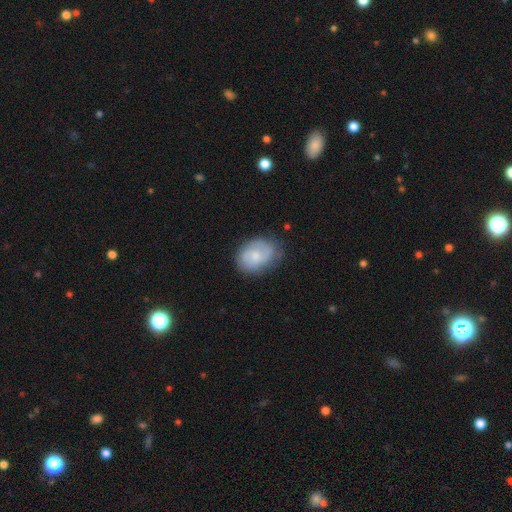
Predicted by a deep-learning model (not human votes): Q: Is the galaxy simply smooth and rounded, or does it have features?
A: smooth — 54%.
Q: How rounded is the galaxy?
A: in between — 65%.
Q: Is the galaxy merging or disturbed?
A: none — 64%.